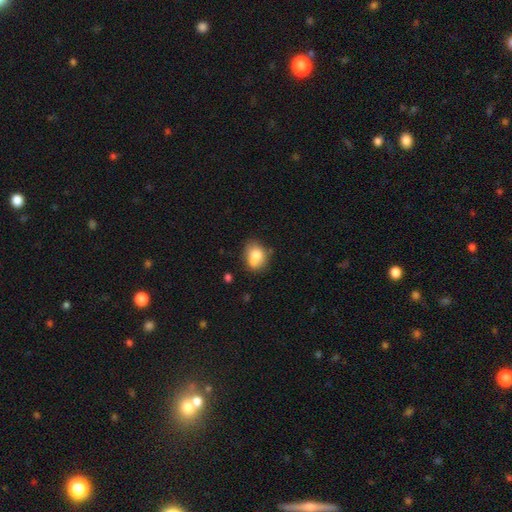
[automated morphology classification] Smooth or featured? smooth (76%)
How rounded? in between (54%)
Merging? none (49%)